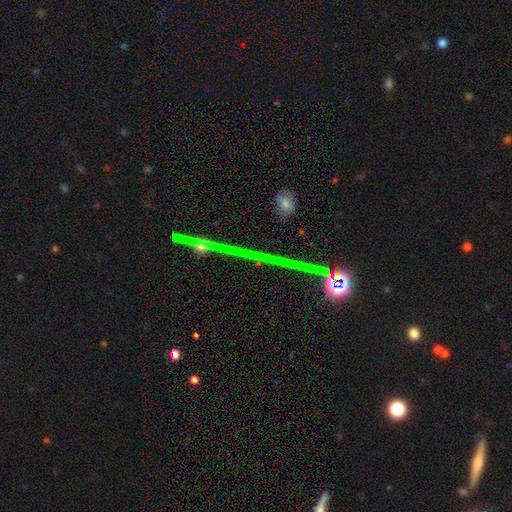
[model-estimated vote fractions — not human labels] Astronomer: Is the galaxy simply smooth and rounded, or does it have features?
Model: star or artifact — 61%.